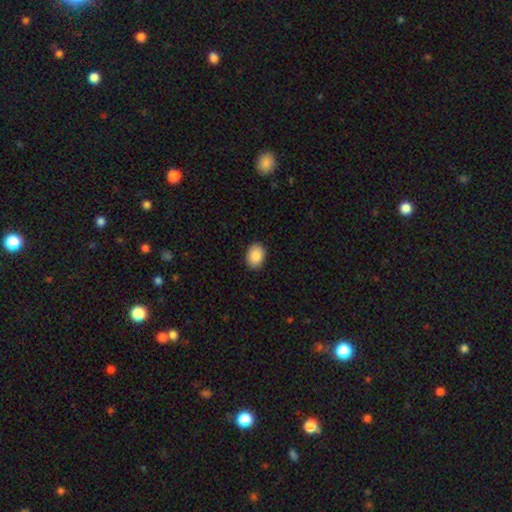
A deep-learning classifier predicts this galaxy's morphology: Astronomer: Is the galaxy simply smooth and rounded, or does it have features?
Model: smooth — 89%.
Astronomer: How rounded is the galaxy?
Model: in between — 75%.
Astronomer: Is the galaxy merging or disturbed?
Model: none — 89%.